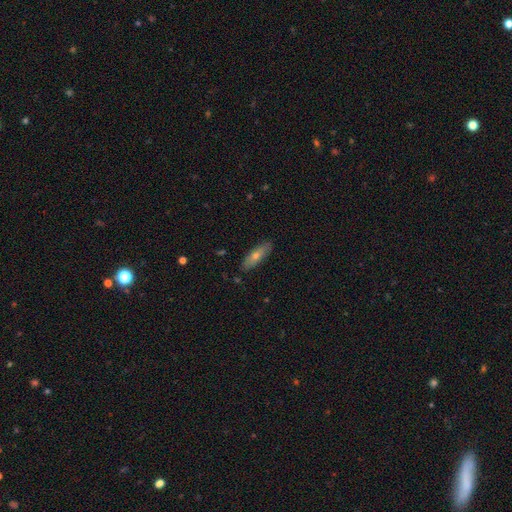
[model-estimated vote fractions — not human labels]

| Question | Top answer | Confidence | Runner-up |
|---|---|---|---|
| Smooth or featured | smooth | 56% | featured or disk (36%) |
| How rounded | cigar-shaped | 57% | in between (41%) |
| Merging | none | 87% | minor disturbance (10%) |